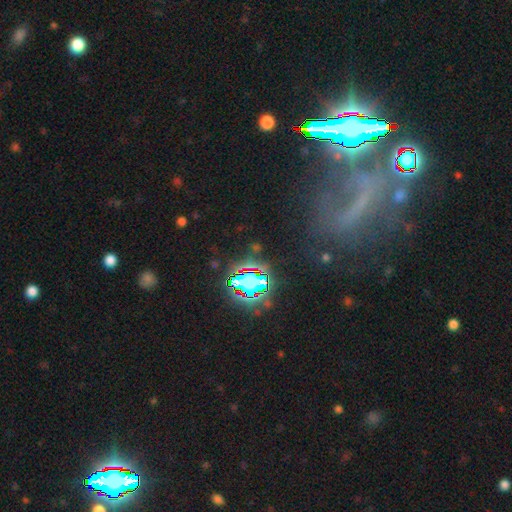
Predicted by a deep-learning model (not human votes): Overall: star or artifact (70%).